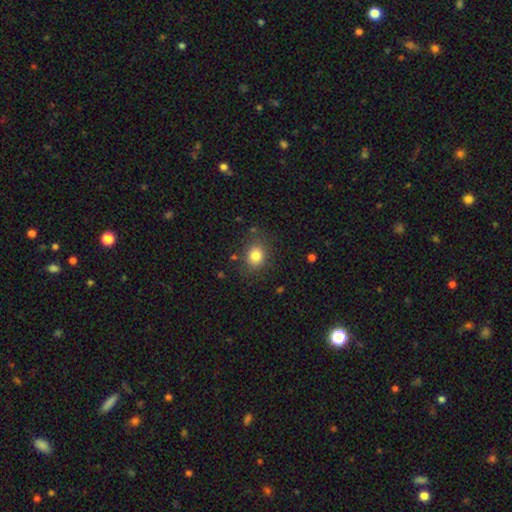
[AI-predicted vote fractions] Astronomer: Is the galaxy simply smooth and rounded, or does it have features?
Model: smooth — 81%.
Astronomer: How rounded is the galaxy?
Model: round — 60% (runner-up: in between, 39%).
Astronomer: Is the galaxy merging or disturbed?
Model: none — 82%.